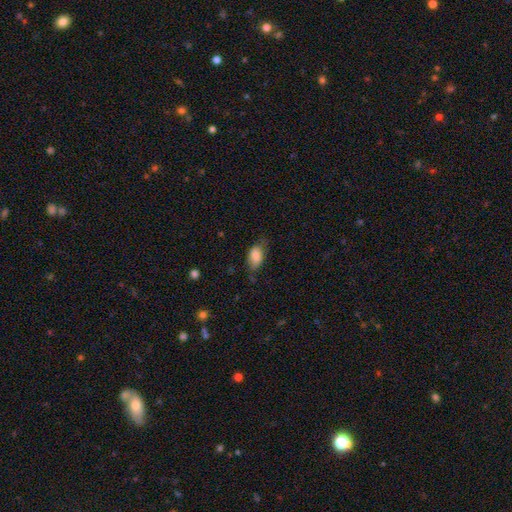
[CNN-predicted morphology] Q: Smooth or featured?
A: smooth (82%); runner-up: featured or disk (11%)
Q: How rounded?
A: in between (89%); runner-up: round (7%)
Q: Merging?
A: none (57%); runner-up: minor disturbance (32%)